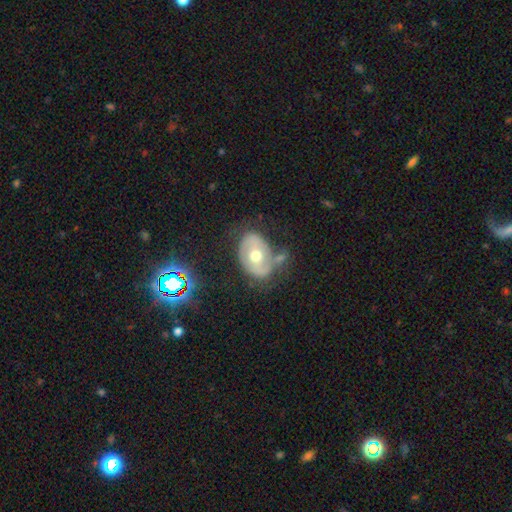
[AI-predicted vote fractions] smooth_or_featured: featured or disk (p=0.54) [alt: smooth p=0.35]
disk_edge_on: no (p=0.94) [alt: yes p=0.06]
bar: no (p=0.64) [alt: weak p=0.24]
has_spiral_arms: no (p=0.56) [alt: yes p=0.44]
bulge_size: moderate (p=0.77) [alt: small p=0.14]
merging: none (p=0.51) [alt: minor disturbance p=0.25]